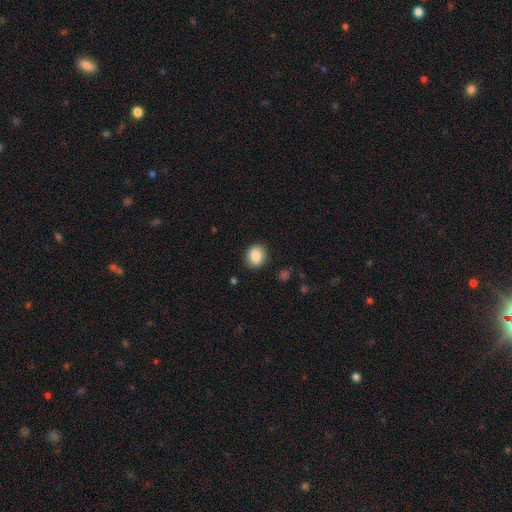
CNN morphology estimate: Overall: smooth (87%). How rounded: round (60%; in between 39%). Merging: none (87%).